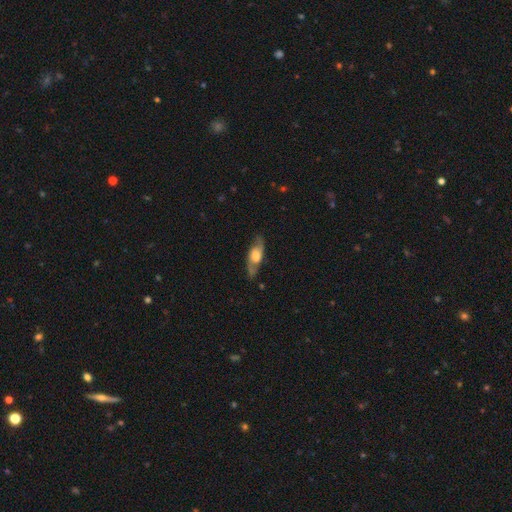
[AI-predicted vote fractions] smooth-or-featured: featured or disk: 67% | smooth: 27% | star or artifact: 6%
  disk-edge-on: no: 69% | yes: 31%
  merging: none: 80% | minor disturbance: 14% | major disturbance: 5% | merger: 1%